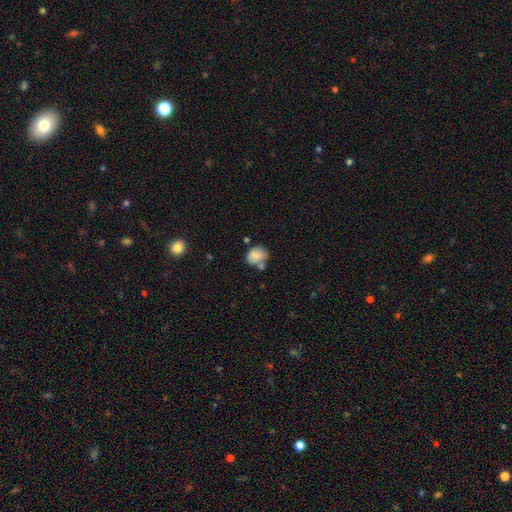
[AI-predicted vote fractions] smooth 77%, featured or disk 14%, star or artifact 9%. Down the decision tree: how rounded — round (53%); merging — none (45%).